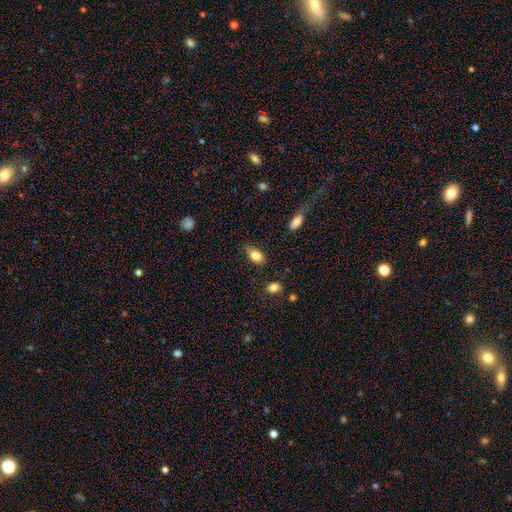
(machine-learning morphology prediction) This is clearly a smooth galaxy (82%). How rounded: clearly in between (88%). Merging: likely none (74%).